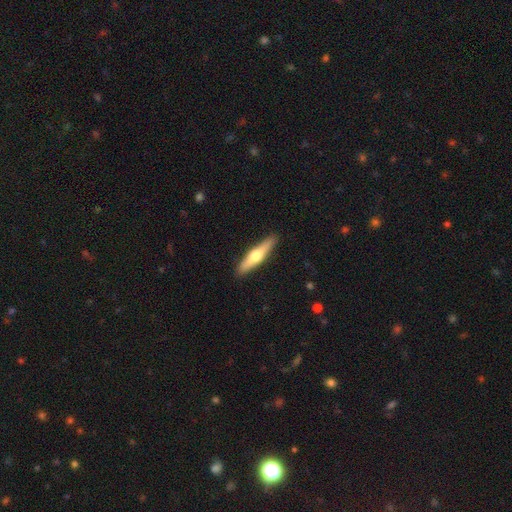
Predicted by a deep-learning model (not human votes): Q: Smooth or featured?
A: featured or disk (51%); runner-up: smooth (44%)
Q: Edge-on disk?
A: yes (94%); runner-up: no (6%)
Q: Merging?
A: none (90%); runner-up: minor disturbance (7%)